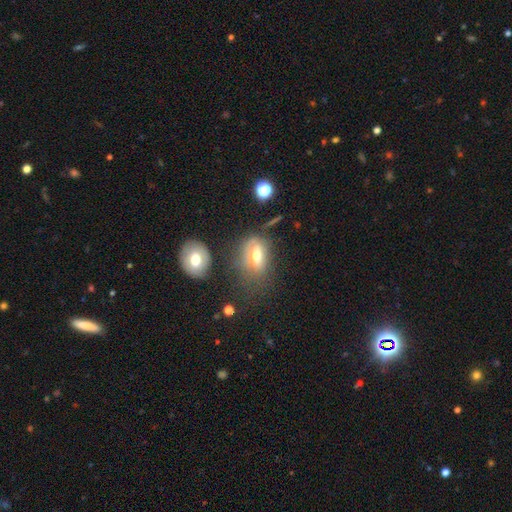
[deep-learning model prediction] smooth_or_featured: smooth (p=0.55) [alt: featured or disk p=0.32]
how_rounded: in between (p=0.78) [alt: round p=0.18]
merging: none (p=0.43) [alt: minor disturbance p=0.25]